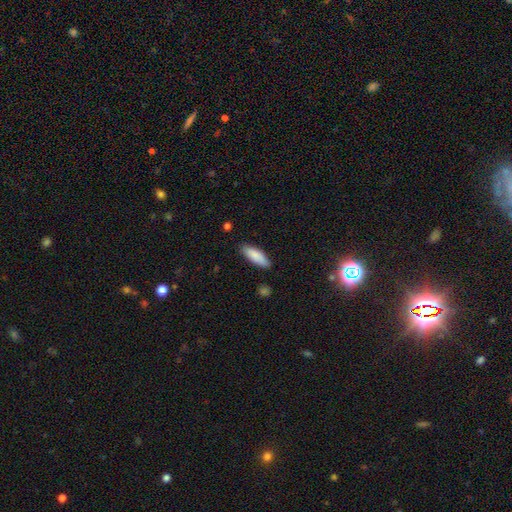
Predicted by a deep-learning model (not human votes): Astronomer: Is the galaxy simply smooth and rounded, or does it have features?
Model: smooth — 86%.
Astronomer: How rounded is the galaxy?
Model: in between — 59% (runner-up: cigar-shaped, 39%).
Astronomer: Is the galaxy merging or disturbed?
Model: none — 85%.